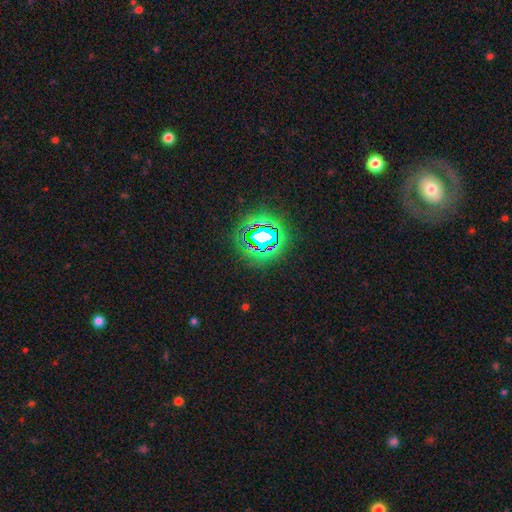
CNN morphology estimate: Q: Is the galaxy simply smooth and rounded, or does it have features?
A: star or artifact — 70%.